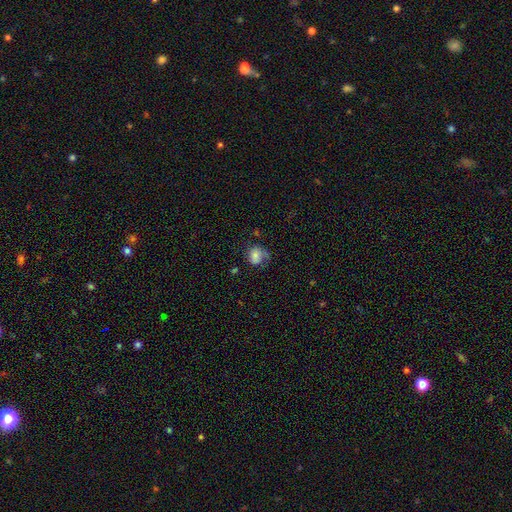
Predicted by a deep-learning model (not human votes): Smooth or featured: smooth — 62% (featured or disk — 28%)
How rounded: round — 58% (in between — 41%)
Merging: none — 44% (minor disturbance — 27%)